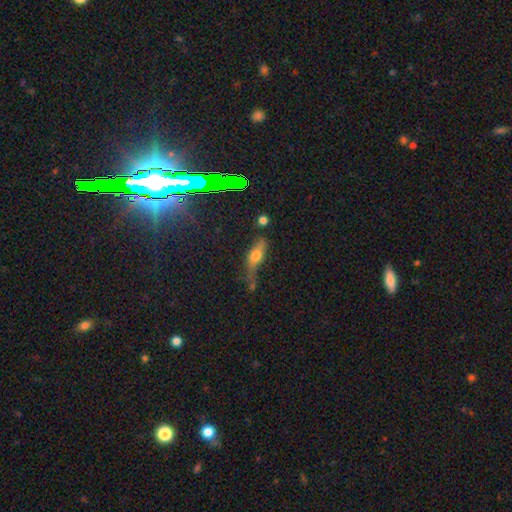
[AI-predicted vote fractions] Smooth or featured: smooth — 59% (featured or disk — 27%)
How rounded: in between — 59% (cigar-shaped — 35%)
Merging: none — 38% (minor disturbance — 31%)